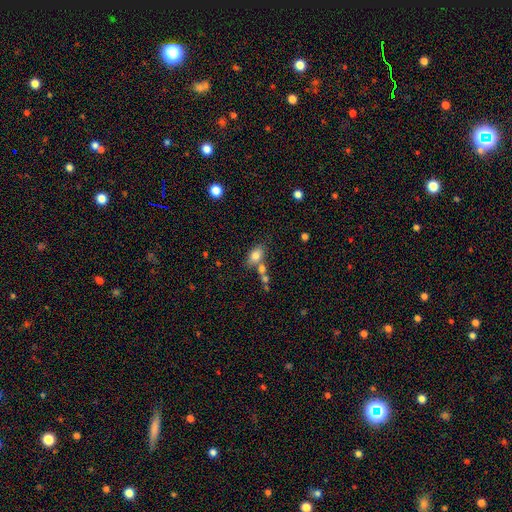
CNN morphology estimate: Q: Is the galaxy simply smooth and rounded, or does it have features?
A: smooth — 79%.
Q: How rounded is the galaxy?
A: in between — 79%.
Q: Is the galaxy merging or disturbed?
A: none — 53%.